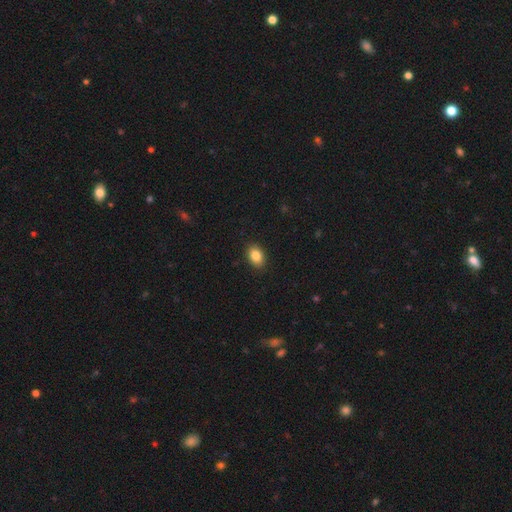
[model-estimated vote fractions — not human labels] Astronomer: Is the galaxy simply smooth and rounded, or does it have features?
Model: smooth — 86%.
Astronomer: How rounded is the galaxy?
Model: in between — 80%.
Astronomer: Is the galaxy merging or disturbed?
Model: none — 90%.